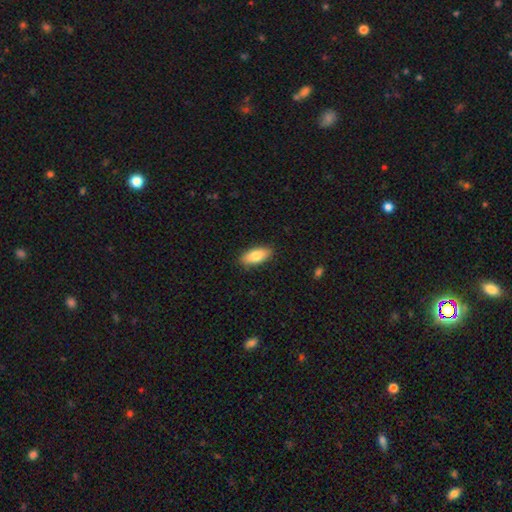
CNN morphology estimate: Smooth or featured? smooth (82%)
How rounded? in between (84%)
Merging? none (88%)